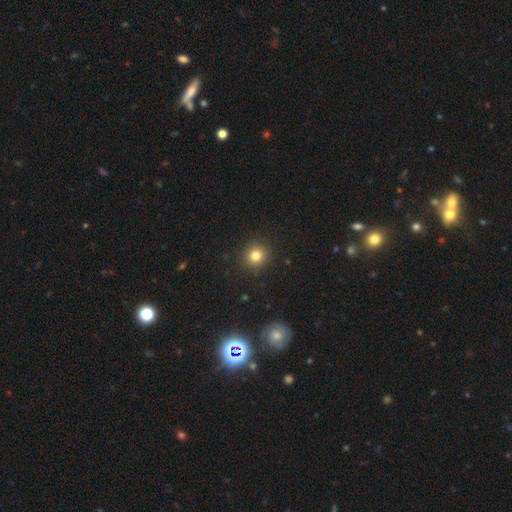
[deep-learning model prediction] A smooth galaxy with no disk features (81%) that is round (91%). Merging: none (91%).